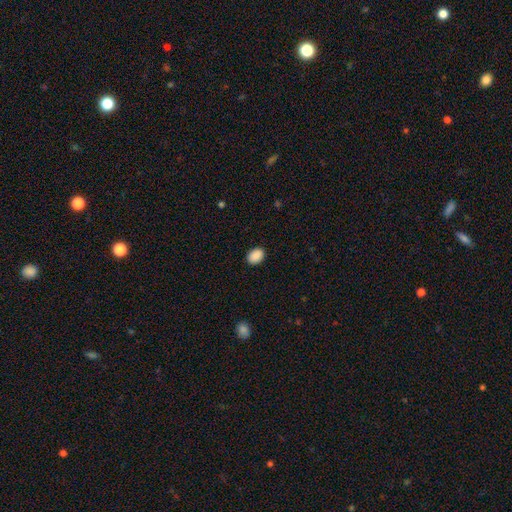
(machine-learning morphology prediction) A smooth galaxy with no disk features (90%) that is in between round and cigar-shaped (75%). Merging: none (89%).